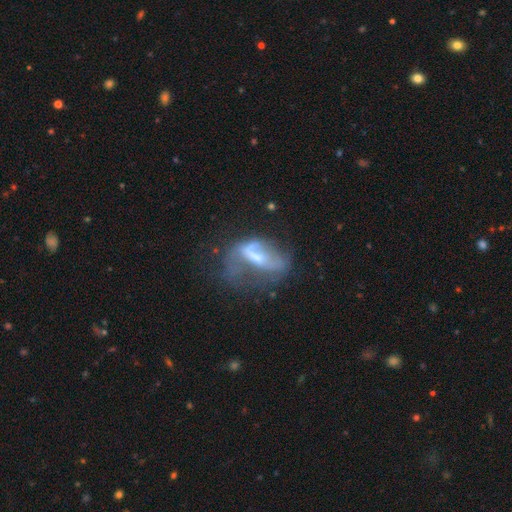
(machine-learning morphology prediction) A featured or disk galaxy (57%) with no bar (48%), no spiral arms (68%) and a small central bulge (43%). Merging: major disturbance (50%).